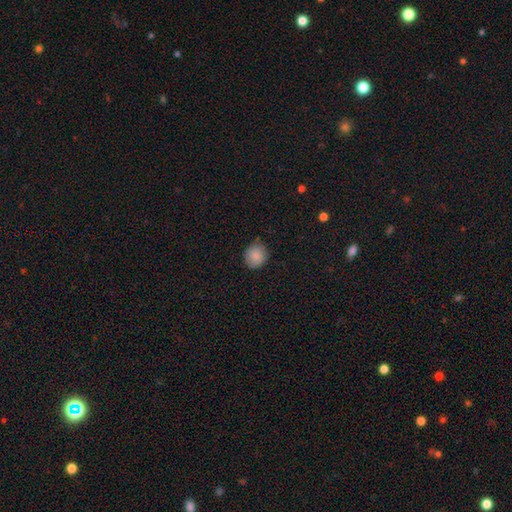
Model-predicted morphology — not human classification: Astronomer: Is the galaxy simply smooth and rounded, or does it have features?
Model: smooth — 88%.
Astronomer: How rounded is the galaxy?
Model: round — 82%.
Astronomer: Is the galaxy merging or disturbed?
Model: none — 84%.